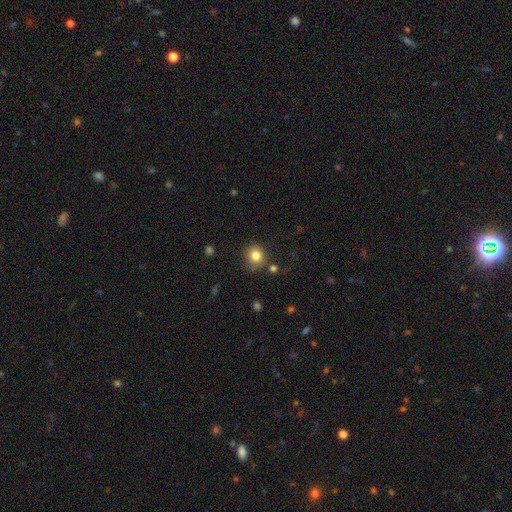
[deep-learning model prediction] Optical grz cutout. It shows a smooth galaxy with no disk features (82%) that is round (85%). Merging: none (81%).